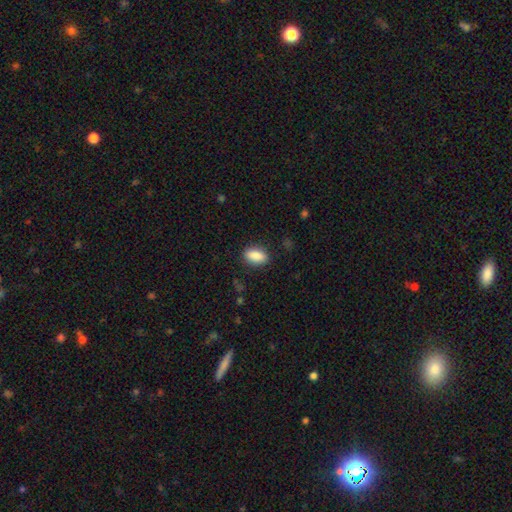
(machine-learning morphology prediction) A smooth galaxy with no disk features (88%) that is in between round and cigar-shaped (88%). Merging: none (85%).